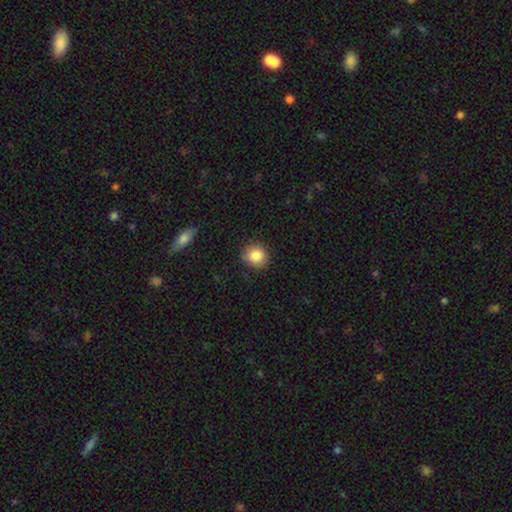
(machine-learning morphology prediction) smooth_or_featured: smooth (p=0.85) [alt: star or artifact p=0.09]
how_rounded: round (p=0.88) [alt: in between p=0.11]
merging: none (p=0.84) [alt: minor disturbance p=0.12]